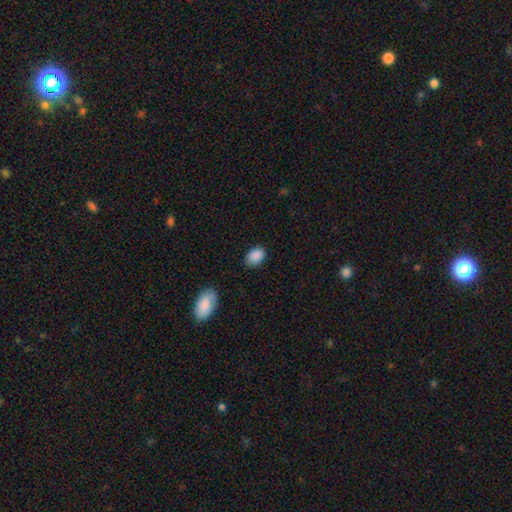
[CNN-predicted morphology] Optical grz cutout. It shows a smooth galaxy with no disk features (89%) that is in between round and cigar-shaped (78%). Merging: none (83%).